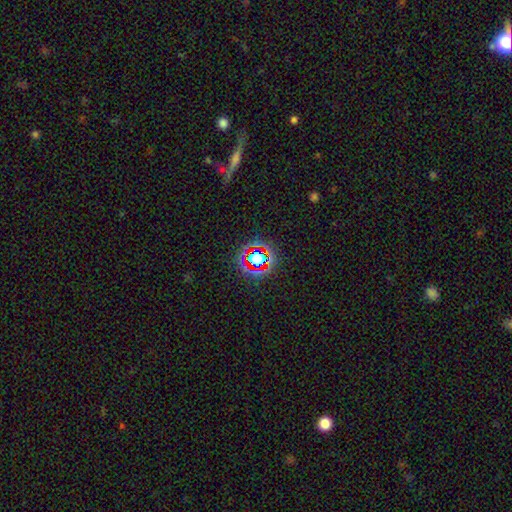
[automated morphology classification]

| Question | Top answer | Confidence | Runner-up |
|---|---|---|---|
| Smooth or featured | star or artifact | 62% | smooth (26%) |